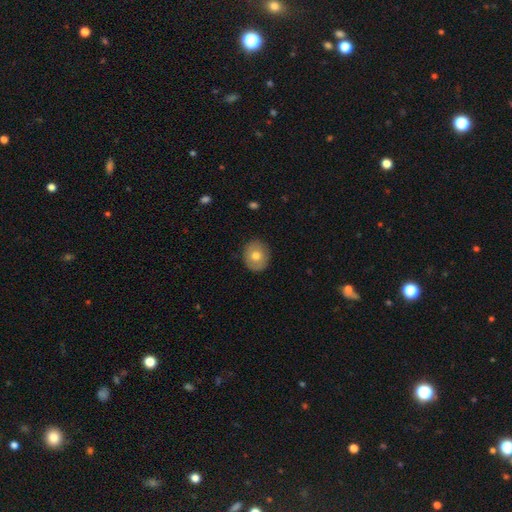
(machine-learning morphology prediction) Smooth or featured? smooth (70%)
How rounded? round (76%)
Merging? none (87%)